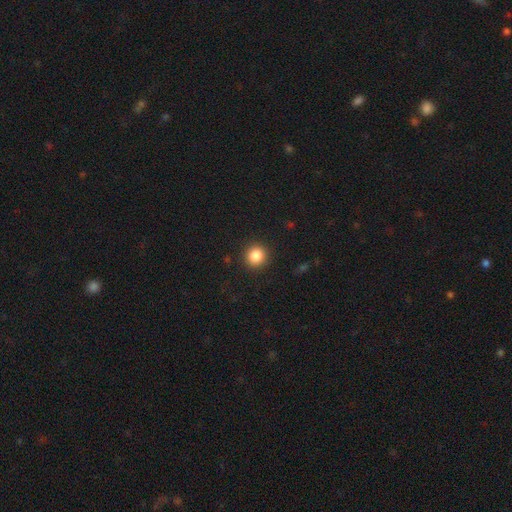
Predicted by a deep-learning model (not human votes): Overall: smooth (86%). How rounded: round (90%). Merging: none (91%).